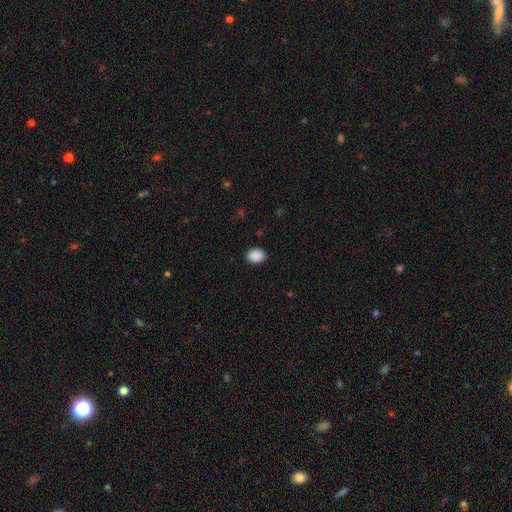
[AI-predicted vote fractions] Smooth or featured? Predicted: smooth (p=0.90). How rounded? Predicted: in between (p=0.71). Merging? Predicted: none (p=0.90).